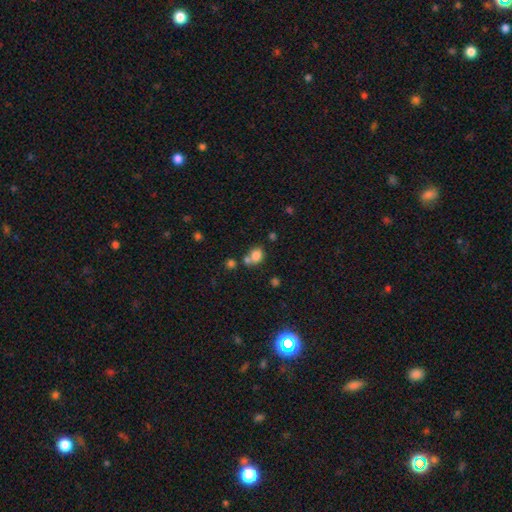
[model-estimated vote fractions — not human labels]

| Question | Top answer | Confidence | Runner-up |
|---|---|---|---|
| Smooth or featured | smooth | 80% | star or artifact (12%) |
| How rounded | round | 56% | in between (42%) |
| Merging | none | 48% | merger (35%) |